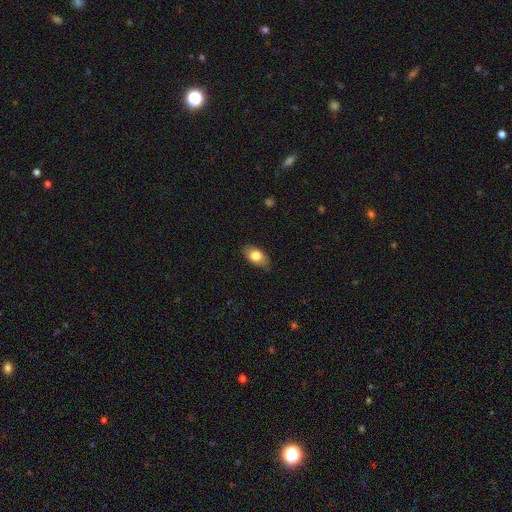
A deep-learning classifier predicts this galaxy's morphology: The model was most divided on "smooth or featured": smooth: 77%, featured or disk: 16%, star or artifact: 7%. More confident: how rounded — in between (89%); merging — none (80%).